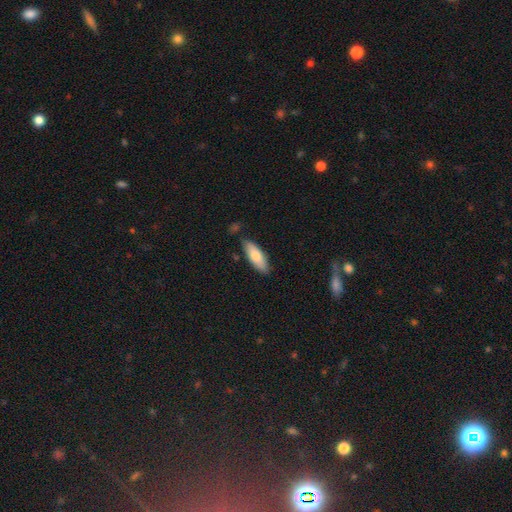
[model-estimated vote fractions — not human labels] Q: Smooth or featured?
A: smooth (78%); runner-up: featured or disk (16%)
Q: How rounded?
A: in between (62%); runner-up: cigar-shaped (36%)
Q: Merging?
A: none (78%); runner-up: minor disturbance (15%)